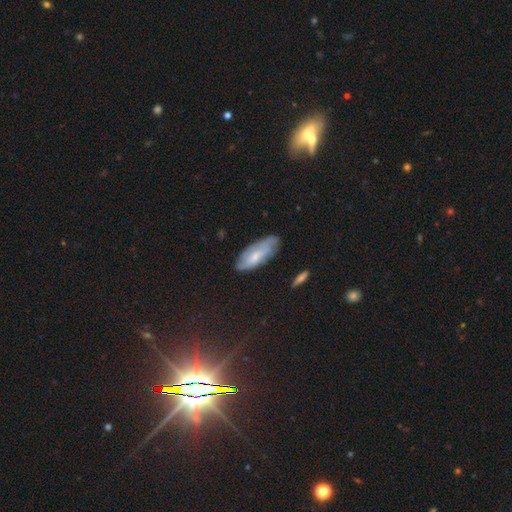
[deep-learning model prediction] Morphology: type=smooth (52%); roundness=in between (78%); merging=none (66%).